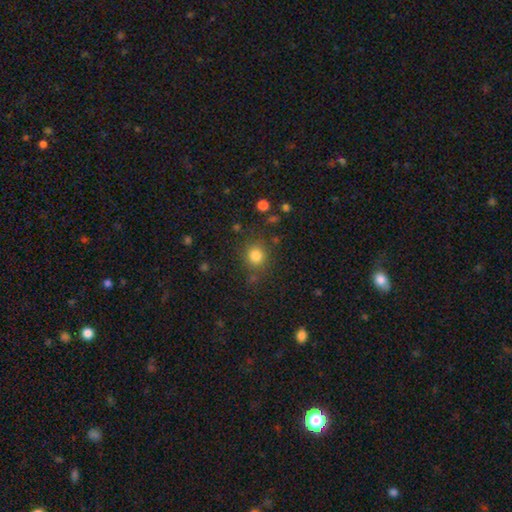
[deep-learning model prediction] Smooth or featured? smooth (82%)
How rounded? round (87%)
Merging? none (80%)